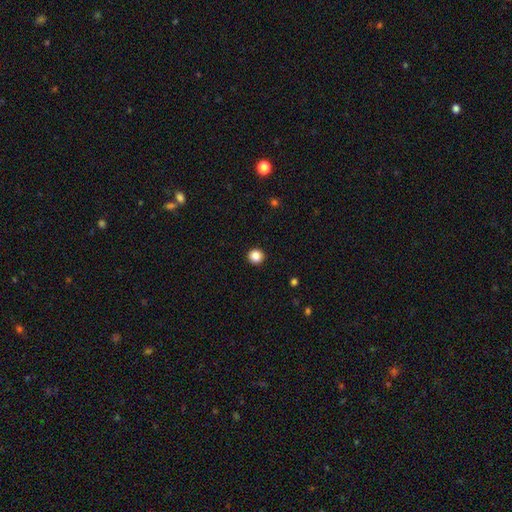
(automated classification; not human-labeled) Smooth or featured? smooth (85%)
How rounded? round (93%)
Merging? none (93%)